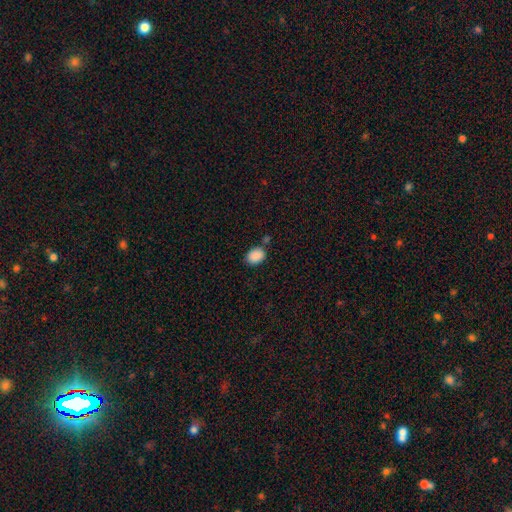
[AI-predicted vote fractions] Smooth or featured? Predicted: smooth (p=0.89). How rounded? Predicted: in between (p=0.72). Merging? Predicted: none (p=0.73).